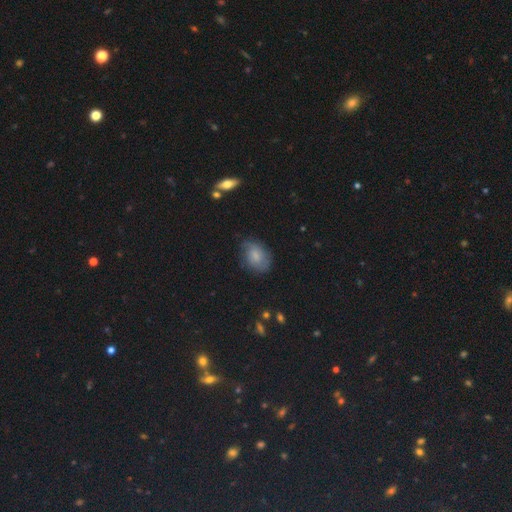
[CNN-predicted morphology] type=smooth (56%); roundness=in between (70%); merging=none (64%).